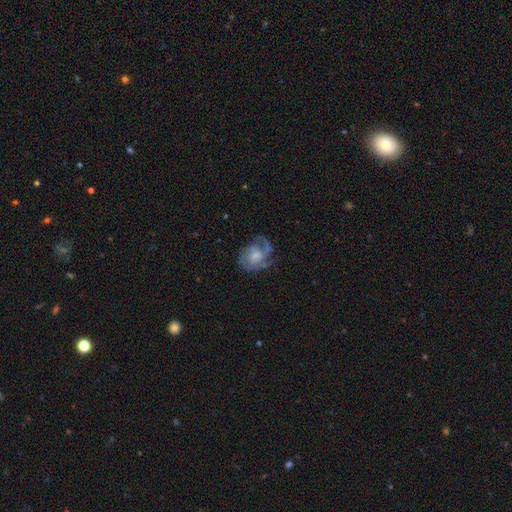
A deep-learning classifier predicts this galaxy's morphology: smooth_or_featured: featured or disk (p=0.70) [alt: smooth p=0.23]
disk_edge_on: no (p=0.97) [alt: yes p=0.03]
bar: no (p=0.66) [alt: weak p=0.30]
has_spiral_arms: yes (p=0.83) [alt: no p=0.17]
spiral_winding: medium (p=0.43) [alt: tight p=0.34]
spiral_arm_count: 2 (p=0.30) [alt: can't tell p=0.27]
bulge_size: moderate (p=0.37) [alt: small p=0.35]
merging: none (p=0.49) [alt: major disturbance p=0.25]